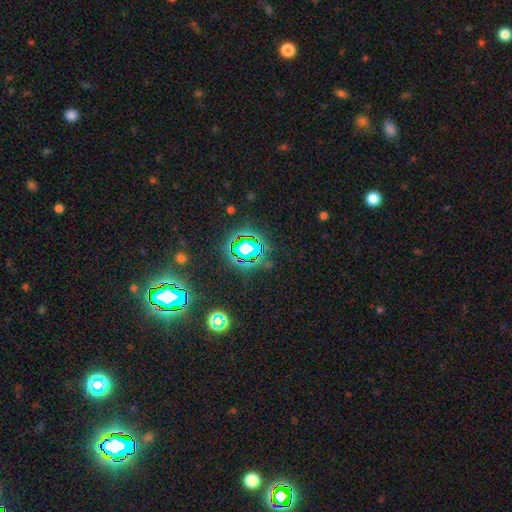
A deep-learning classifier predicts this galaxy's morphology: star or artifact 81%, smooth 12%, featured or disk 7%.